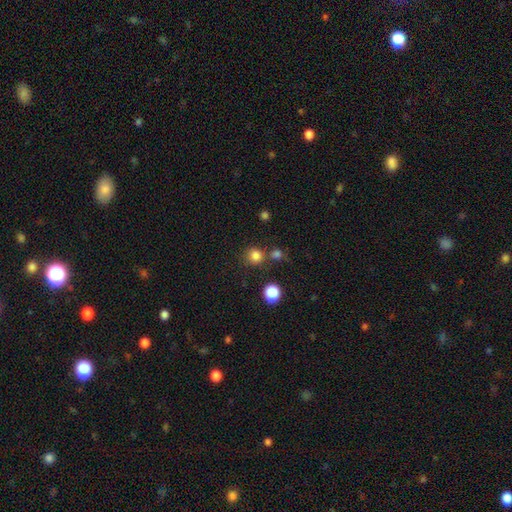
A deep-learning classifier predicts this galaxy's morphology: Q: Smooth or featured?
A: smooth (80%); runner-up: star or artifact (15%)
Q: How rounded?
A: round (88%); runner-up: in between (11%)
Q: Merging?
A: none (72%); runner-up: merger (14%)